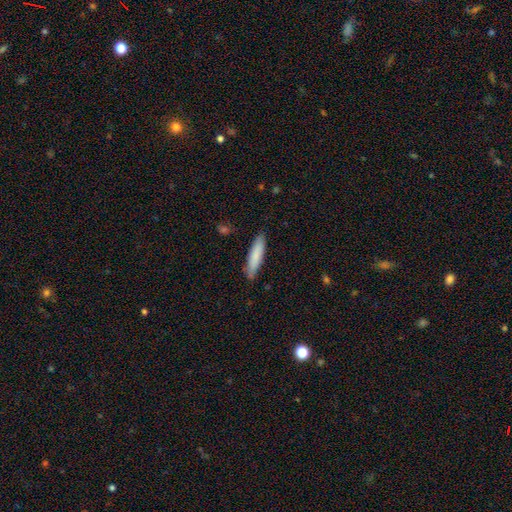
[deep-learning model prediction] smooth-or-featured: smooth: 82% | featured or disk: 12% | star or artifact: 5%
  how-rounded: cigar-shaped: 79% | in between: 20% | round: 1%
  merging: none: 86% | minor disturbance: 11% | major disturbance: 2% | merger: 1%